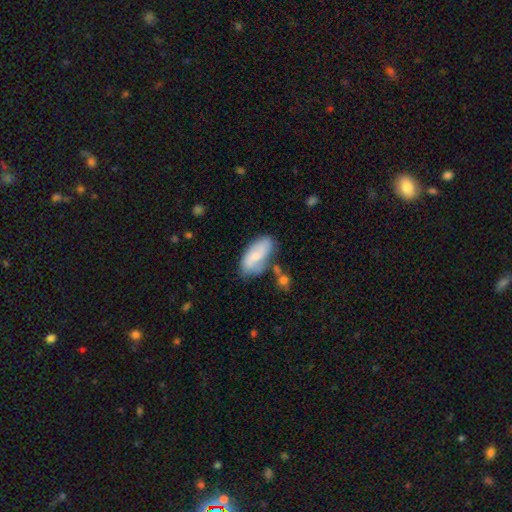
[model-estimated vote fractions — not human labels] This is likely a smooth galaxy (62%). How rounded: clearly in between (90%). Merging: possibly none (60%).